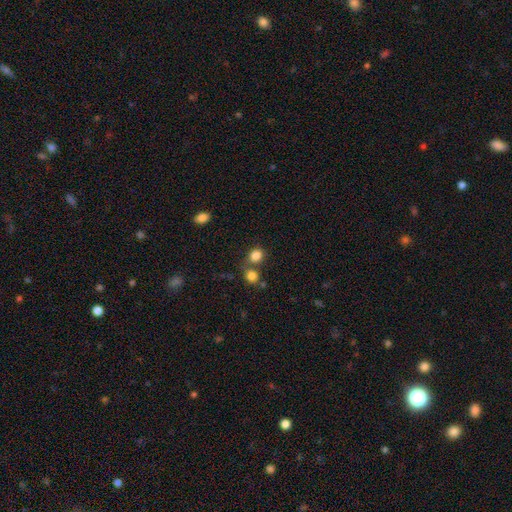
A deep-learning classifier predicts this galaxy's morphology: type=smooth (83%); roundness=round (72%); merging=none (57%).